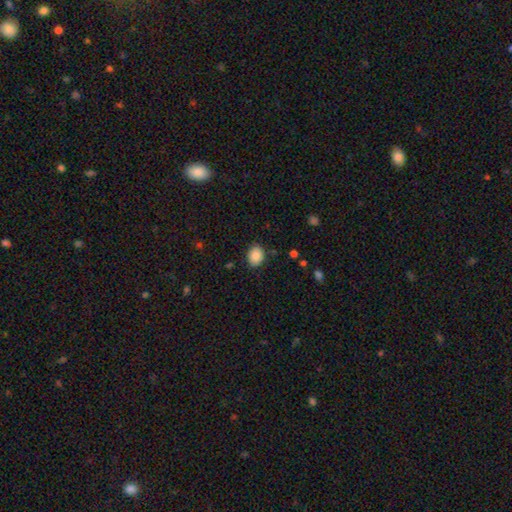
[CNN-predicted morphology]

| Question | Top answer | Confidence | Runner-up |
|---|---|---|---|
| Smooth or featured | smooth | 89% | star or artifact (8%) |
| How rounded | in between | 61% | round (38%) |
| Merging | none | 85% | minor disturbance (10%) |